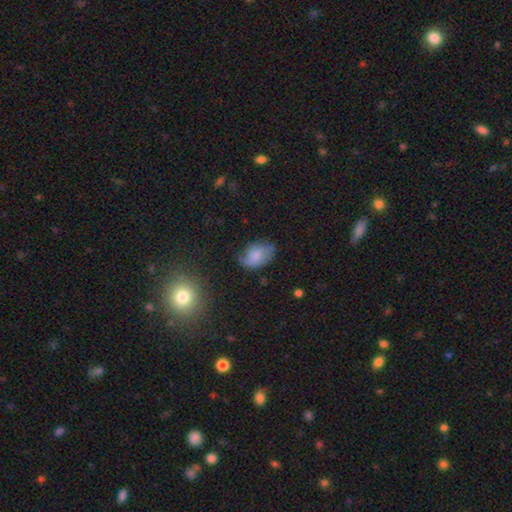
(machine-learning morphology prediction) smooth_or_featured: smooth (p=0.65) [alt: featured or disk p=0.26]
how_rounded: in between (p=0.84) [alt: round p=0.15]
merging: none (p=0.53) [alt: minor disturbance p=0.33]